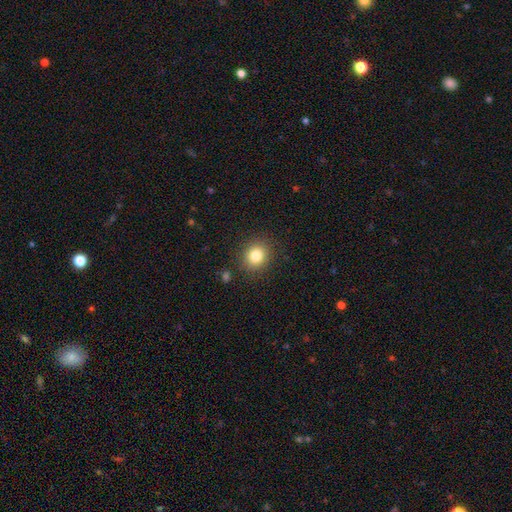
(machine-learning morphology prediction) smooth-or-featured: smooth: 81% | star or artifact: 11% | featured or disk: 7%
  how-rounded: round: 78% | in between: 21% | cigar-shaped: 1%
  merging: none: 87% | minor disturbance: 8% | major disturbance: 3% | merger: 2%